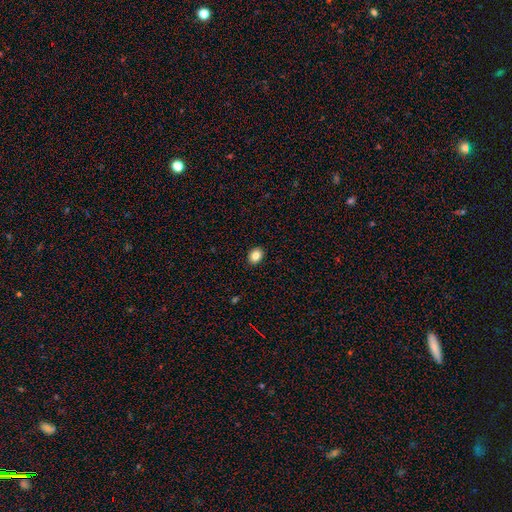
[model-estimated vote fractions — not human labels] This appears to be a smooth galaxy with no disk features (84%) that is in between round and cigar-shaped (59%). Merging: none (91%).